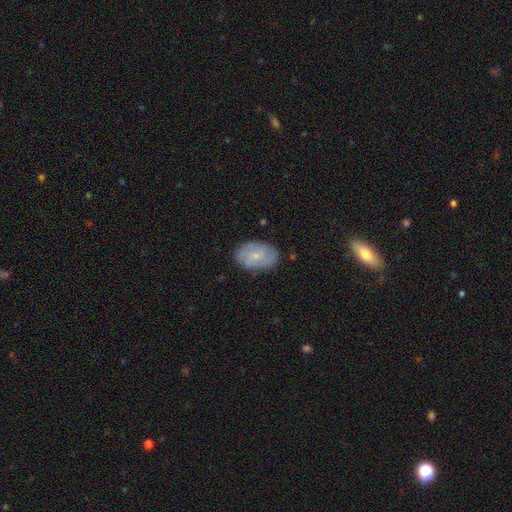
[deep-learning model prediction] Smooth or featured? Predicted: featured or disk (p=0.49). Merging? Predicted: none (p=0.80).